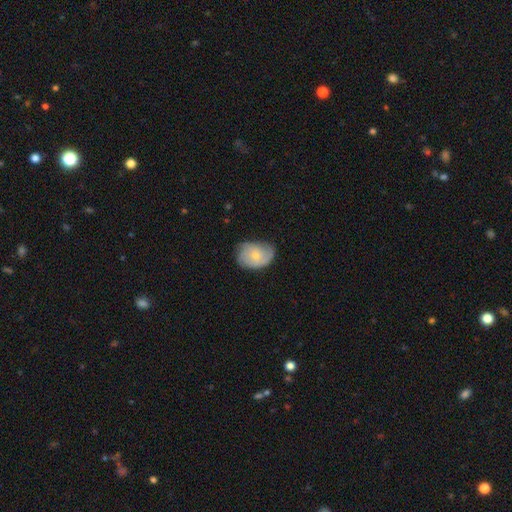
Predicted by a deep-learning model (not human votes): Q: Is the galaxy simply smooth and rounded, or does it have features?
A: featured or disk — 50%.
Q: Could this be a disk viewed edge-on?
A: no — 96%.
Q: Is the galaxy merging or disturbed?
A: none — 62%.